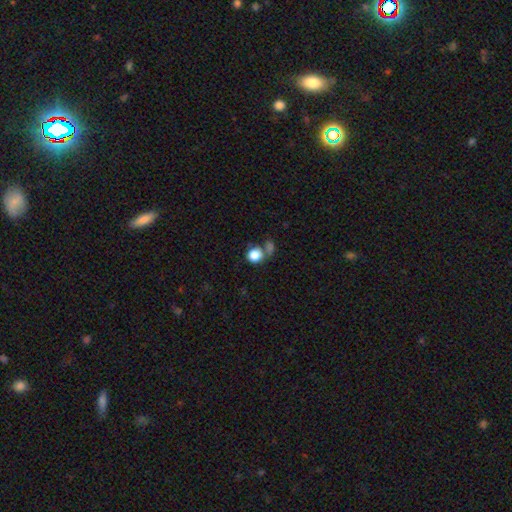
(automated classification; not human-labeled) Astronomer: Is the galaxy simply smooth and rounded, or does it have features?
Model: smooth — 53% (runner-up: star or artifact, 36%).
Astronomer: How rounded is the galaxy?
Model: round — 80%.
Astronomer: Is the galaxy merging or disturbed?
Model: none — 62%.